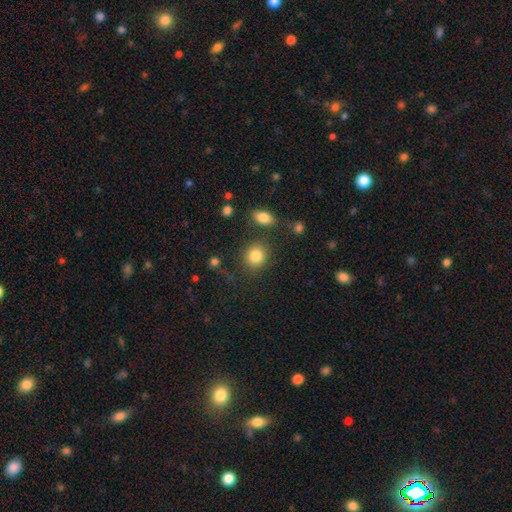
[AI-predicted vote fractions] smooth_or_featured: smooth (p=0.84) [alt: star or artifact p=0.10]
how_rounded: round (p=0.81) [alt: in between p=0.17]
merging: none (p=0.80) [alt: minor disturbance p=0.10]